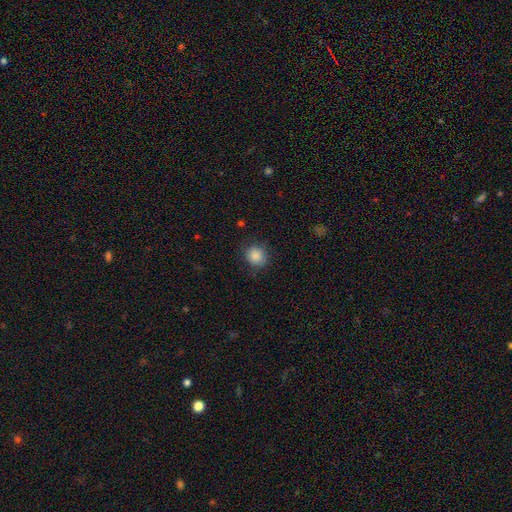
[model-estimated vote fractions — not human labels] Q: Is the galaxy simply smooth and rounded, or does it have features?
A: smooth — 87%.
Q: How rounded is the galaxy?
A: round — 80%.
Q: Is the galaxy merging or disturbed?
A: none — 83%.